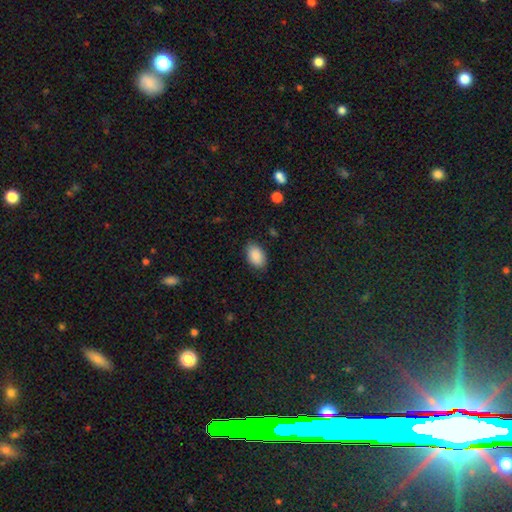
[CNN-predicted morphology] The model was most divided on "merging": none: 85%, minor disturbance: 12%, major disturbance: 3%, merger: 1%. More confident: how rounded — in between (91%); smooth or featured — smooth (90%).